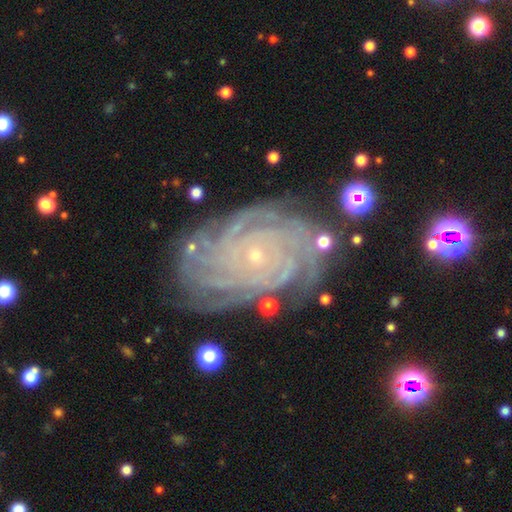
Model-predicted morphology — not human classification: smooth-or-featured: featured or disk: 90% | star or artifact: 6% | smooth: 4%
  disk-edge-on: no: 98% | yes: 2%
    bar: no: 80% | weak: 14% | strong: 6%
    has-spiral-arms: yes: 98% | no: 2%
      spiral-winding: tight: 86% | medium: 12% | loose: 2%
      spiral-arm-count: more than 4: 31% | 4: 24% | can't tell: 17% | 3: 11% | 2: 9% | 1: 8%
    bulge-size: small: 88% | moderate: 8% | none: 2% | large: 1% | dominant: 1%
  merging: none: 79% | minor disturbance: 14% | major disturbance: 5% | merger: 2%